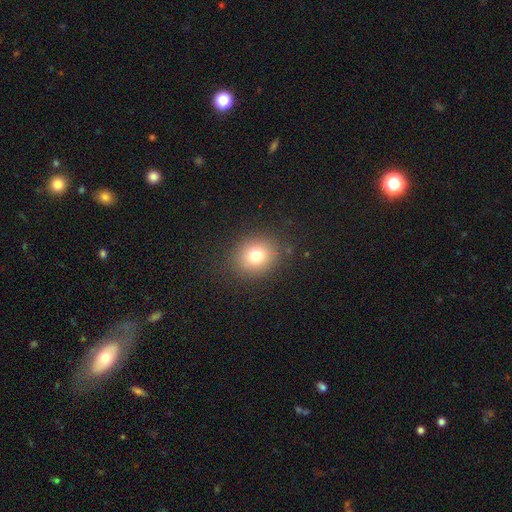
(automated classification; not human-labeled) A smooth galaxy with no disk features (76%) that is round (74%). Merging: none (86%).